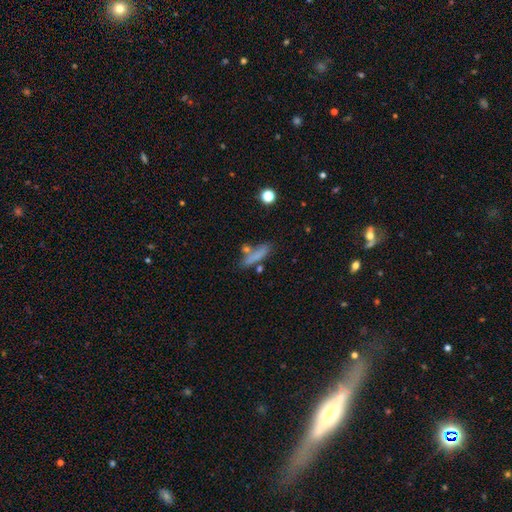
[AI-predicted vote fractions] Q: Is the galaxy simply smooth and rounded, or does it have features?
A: smooth — 74%.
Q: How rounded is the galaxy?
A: cigar-shaped — 76%.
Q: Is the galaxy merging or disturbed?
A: none — 65%.